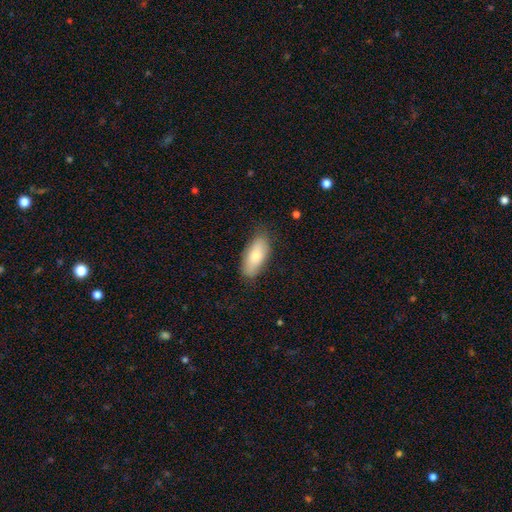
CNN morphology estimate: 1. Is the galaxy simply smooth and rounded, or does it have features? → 78% smooth, 16% featured or disk, 6% star or artifact.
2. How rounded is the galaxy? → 84% in between, 14% cigar-shaped, 2% round.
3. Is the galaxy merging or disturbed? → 80% none, 16% minor disturbance, 3% major disturbance, 1% merger.